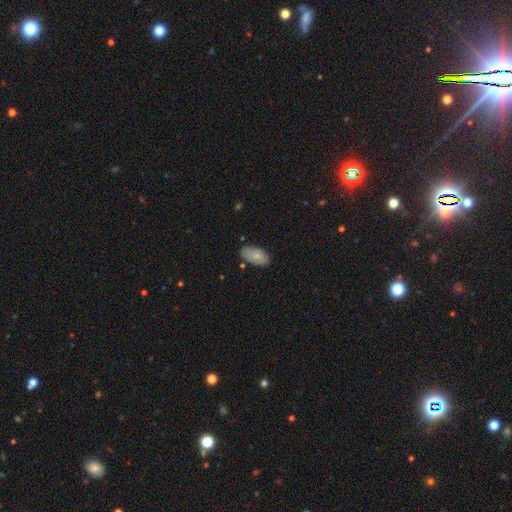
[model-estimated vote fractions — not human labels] Smooth or featured? Predicted: smooth (p=0.74). How rounded? Predicted: in between (p=0.94). Merging? Predicted: none (p=0.77).